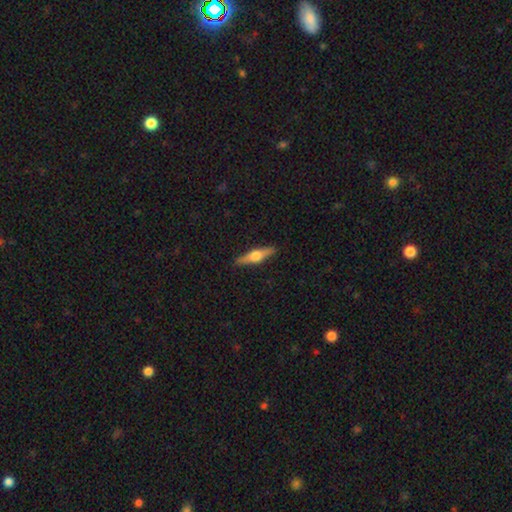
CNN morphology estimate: Smooth or featured: featured or disk — 62% (smooth — 33%)
Edge-on disk: yes — 96% (no — 4%)
Edge-on bulge: rounded — 95% (boxy — 3%)
Merging: none — 91% (minor disturbance — 7%)